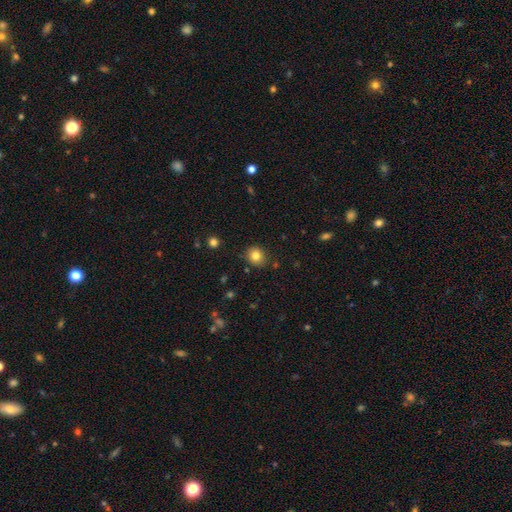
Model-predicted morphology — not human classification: Q: Smooth or featured?
A: smooth (82%); runner-up: star or artifact (11%)
Q: How rounded?
A: round (74%); runner-up: in between (25%)
Q: Merging?
A: none (86%); runner-up: minor disturbance (9%)